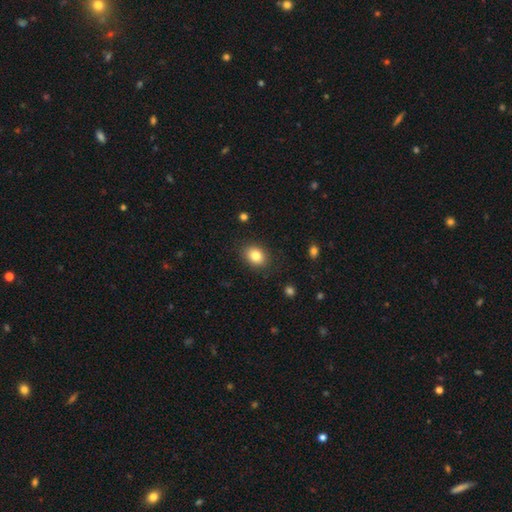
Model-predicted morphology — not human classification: type=smooth (83%); roundness=in between (56%); merging=none (87%).